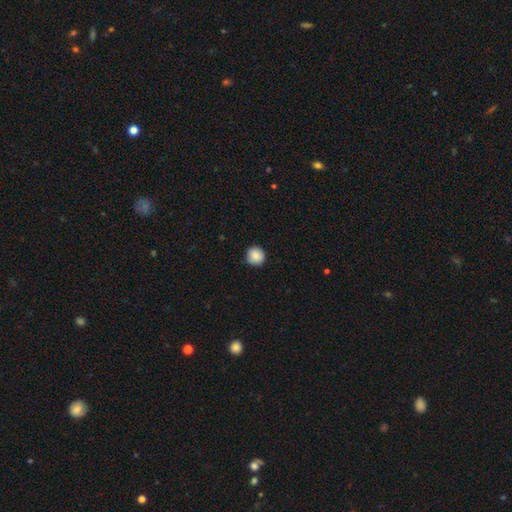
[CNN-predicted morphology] This appears to be a smooth galaxy with no disk features (87%) that is round (94%). Merging: none (88%).